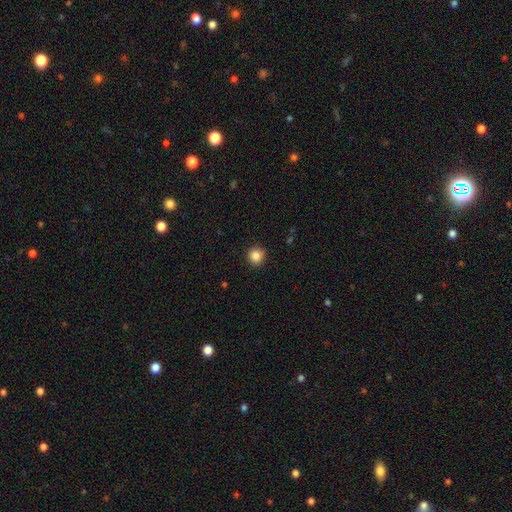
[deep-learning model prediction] smooth_or_featured: smooth (p=0.86) [alt: star or artifact p=0.10]
how_rounded: round (p=0.93) [alt: in between p=0.06]
merging: none (p=0.91) [alt: minor disturbance p=0.06]